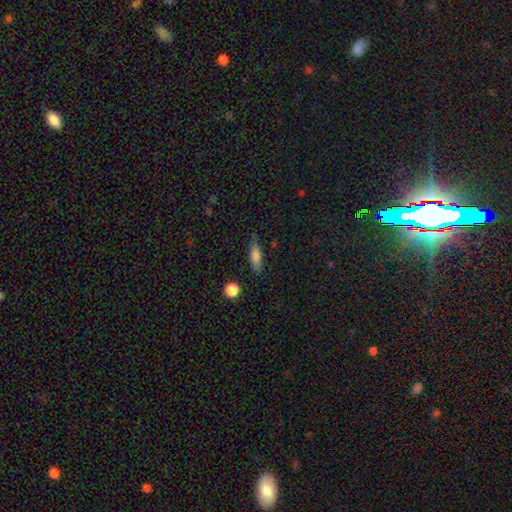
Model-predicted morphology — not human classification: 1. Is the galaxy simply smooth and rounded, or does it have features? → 76% smooth, 15% featured or disk, 9% star or artifact.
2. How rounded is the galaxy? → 50% cigar-shaped, 47% in between, 3% round.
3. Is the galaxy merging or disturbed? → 75% none, 19% minor disturbance, 4% major disturbance, 2% merger.